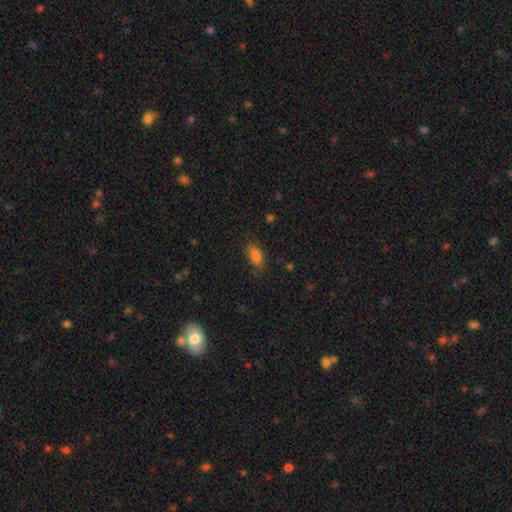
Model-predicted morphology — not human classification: This is clearly a smooth galaxy (84%). How rounded: clearly in between (85%). Merging: likely none (79%).